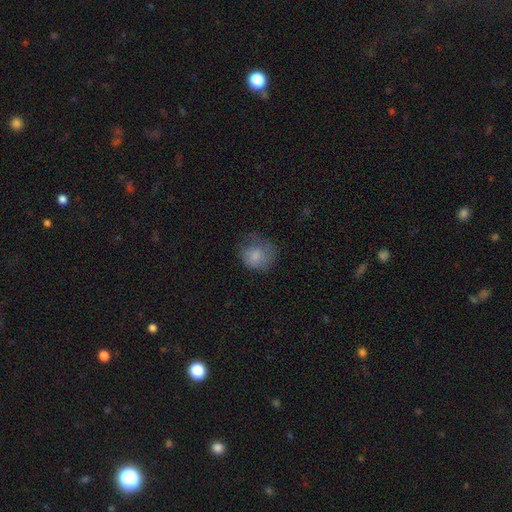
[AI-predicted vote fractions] This appears to be a smooth galaxy with no disk features (76%) that is round (73%). Merging: none (48%).